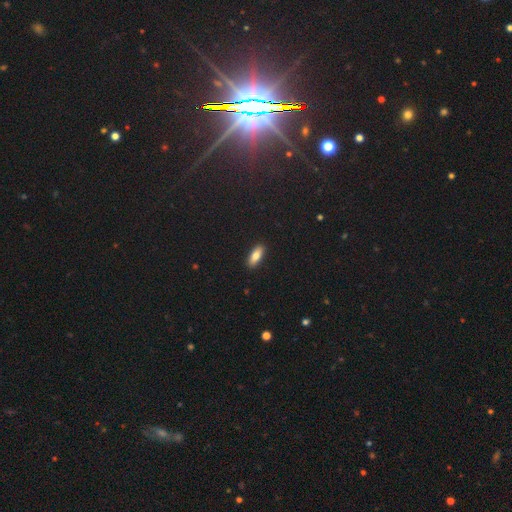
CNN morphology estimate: A smooth galaxy with no disk features (79%) that is in between round and cigar-shaped (72%). Merging: none (90%).